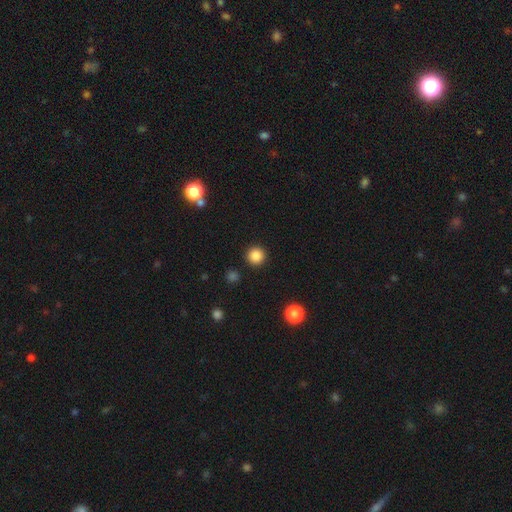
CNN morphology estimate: Smooth or featured? Predicted: smooth (p=0.86). How rounded? Predicted: round (p=0.96). Merging? Predicted: none (p=0.92).